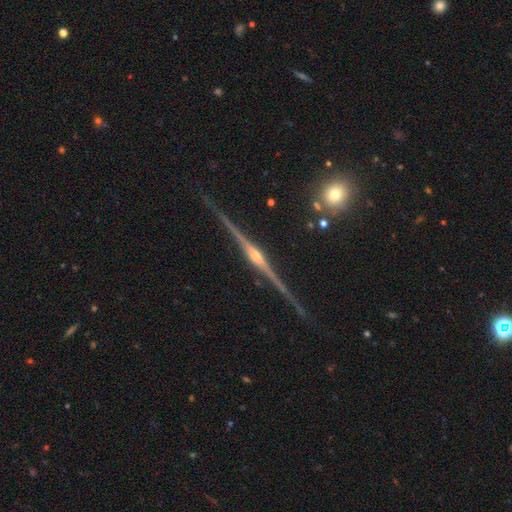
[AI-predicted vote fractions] smooth_or_featured: featured or disk (p=0.90) [alt: star or artifact p=0.06]
disk_edge_on: yes (p=0.98) [alt: no p=0.02]
edge_on_bulge: rounded (p=0.87) [alt: boxy p=0.08]
merging: none (p=0.88) [alt: minor disturbance p=0.08]